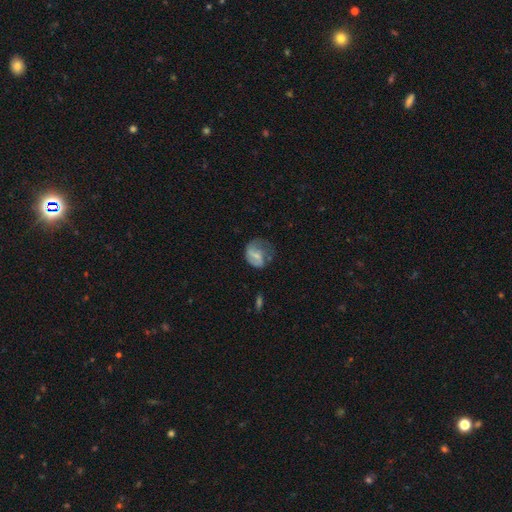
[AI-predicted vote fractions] The model was most divided on "merging": none: 37%, major disturbance: 31%, minor disturbance: 29%, merger: 3%. More confident: edge-on disk — no (97%); smooth or featured — featured or disk (51%).